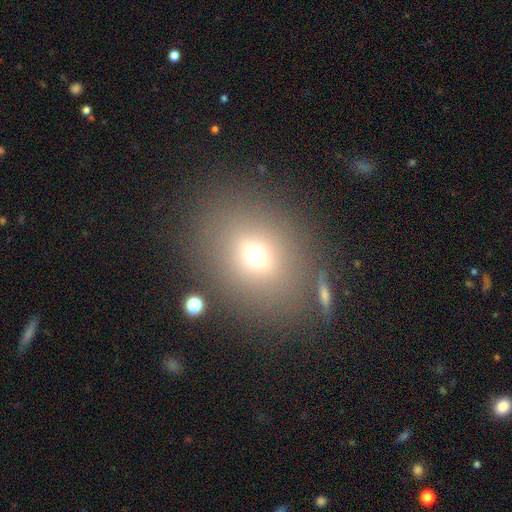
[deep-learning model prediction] Smooth or featured? Predicted: smooth (p=0.65). How rounded? Predicted: round (p=0.51). Merging? Predicted: none (p=0.79).